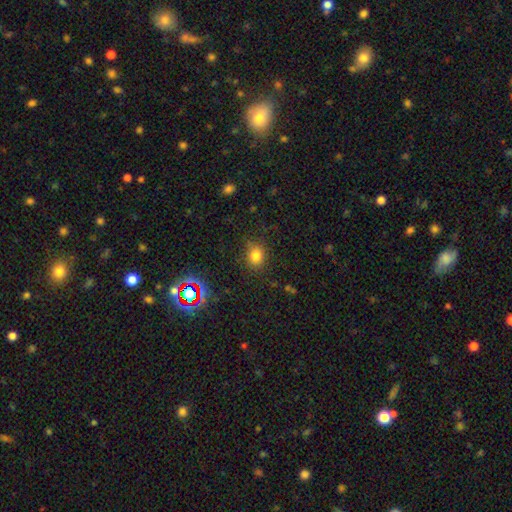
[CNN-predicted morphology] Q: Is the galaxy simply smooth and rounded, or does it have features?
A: smooth — 77%.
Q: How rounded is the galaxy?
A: round — 69%.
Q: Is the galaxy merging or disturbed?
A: none — 81%.